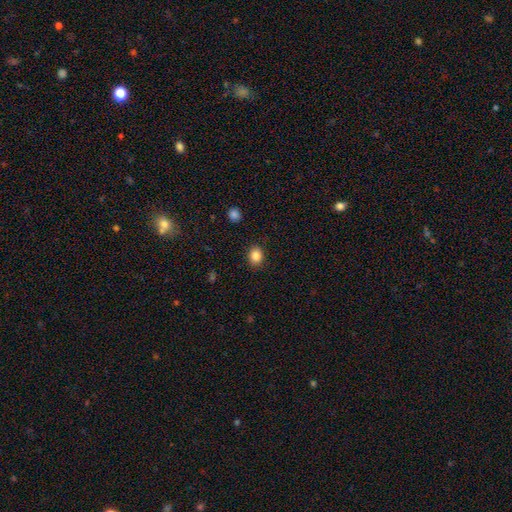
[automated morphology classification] This is clearly a smooth galaxy (85%). How rounded: possibly round (58%). Merging: clearly none (88%).